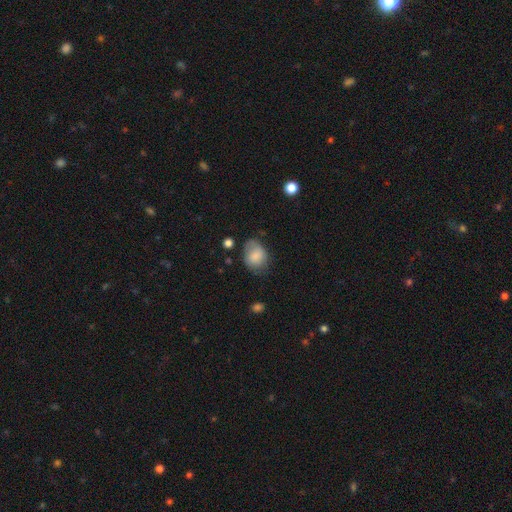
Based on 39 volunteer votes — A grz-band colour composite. It shows a smooth galaxy with no disk features (85%) that is in between round and cigar-shaped (76%). Merging: none (57%).